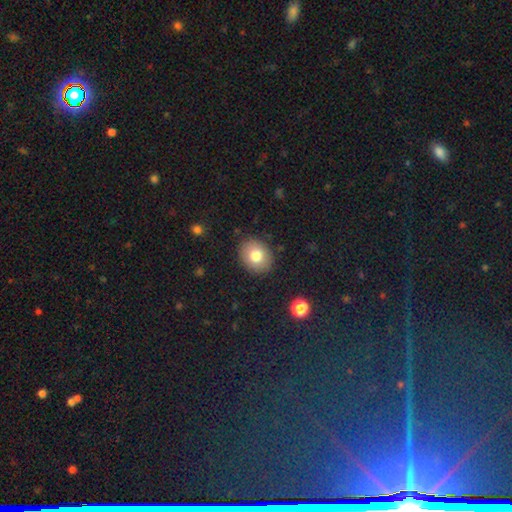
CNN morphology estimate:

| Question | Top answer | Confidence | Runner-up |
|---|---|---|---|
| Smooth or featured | smooth | 78% | featured or disk (12%) |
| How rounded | round | 54% | in between (45%) |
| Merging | none | 87% | minor disturbance (9%) |